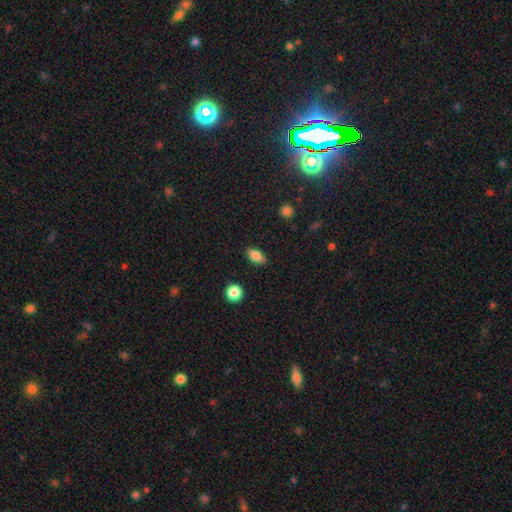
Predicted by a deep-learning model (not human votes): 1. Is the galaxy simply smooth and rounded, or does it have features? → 84% smooth, 9% star or artifact, 7% featured or disk.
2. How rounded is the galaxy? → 88% in between, 7% round, 5% cigar-shaped.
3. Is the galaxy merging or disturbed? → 87% none, 9% minor disturbance, 2% major disturbance, 1% merger.